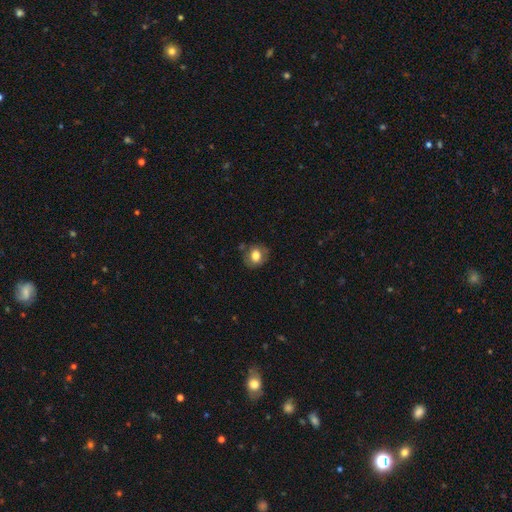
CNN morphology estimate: smooth 74%, featured or disk 16%, star or artifact 9%. Down the decision tree: how rounded — round (69%); merging — none (76%).